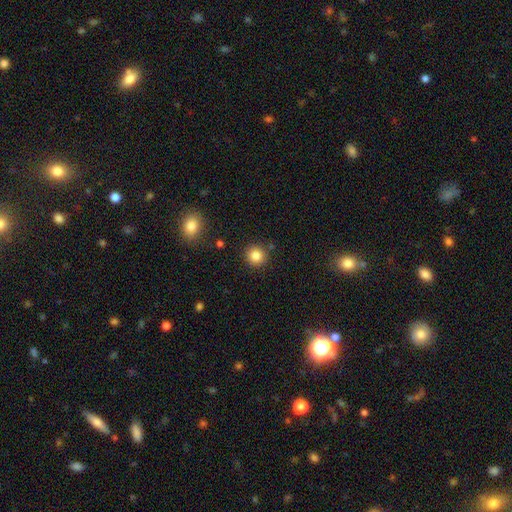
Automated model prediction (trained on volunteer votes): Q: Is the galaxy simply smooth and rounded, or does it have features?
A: smooth — 85%.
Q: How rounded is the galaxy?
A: round — 92%.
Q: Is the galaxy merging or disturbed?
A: none — 88%.